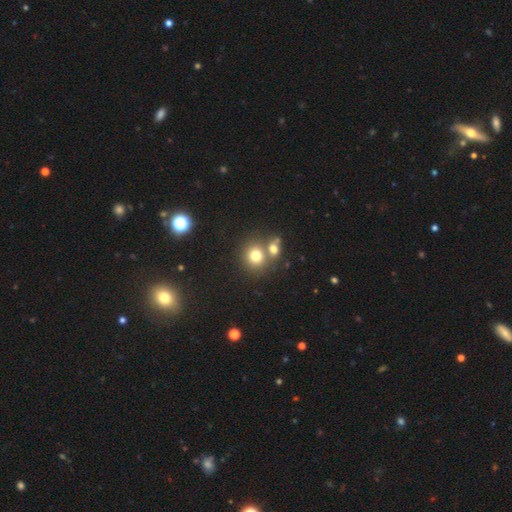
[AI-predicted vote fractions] Overall: smooth (76%). How rounded: round (82%). Merging: none (53%; merger 36%).